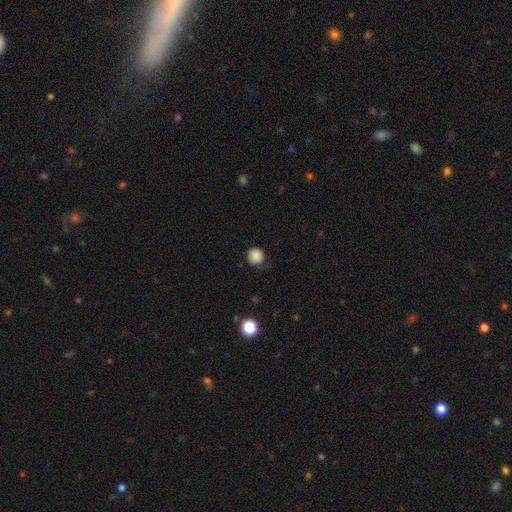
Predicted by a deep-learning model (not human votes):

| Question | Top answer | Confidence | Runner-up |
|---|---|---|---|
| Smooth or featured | smooth | 87% | star or artifact (10%) |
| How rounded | round | 94% | in between (5%) |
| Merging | none | 83% | minor disturbance (13%) |